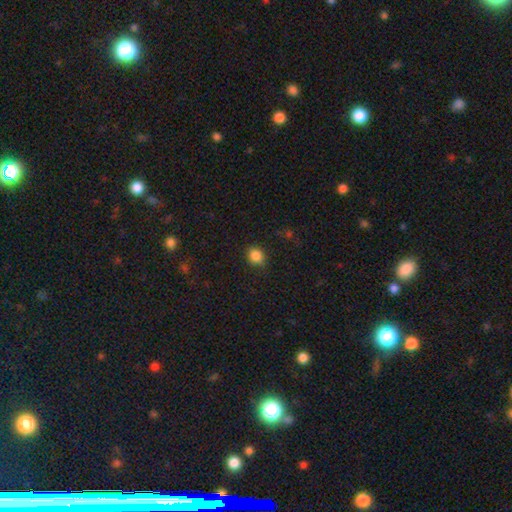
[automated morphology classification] This appears to be a smooth galaxy with no disk features (85%) that is round (71%). Merging: none (82%).